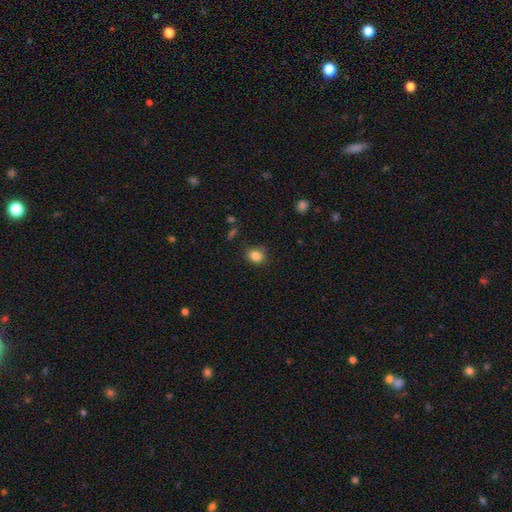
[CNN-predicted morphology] The model was most divided on "how rounded": round: 70%, in between: 29%, cigar-shaped: 1%. More confident: smooth or featured — smooth (84%); merging — none (82%).